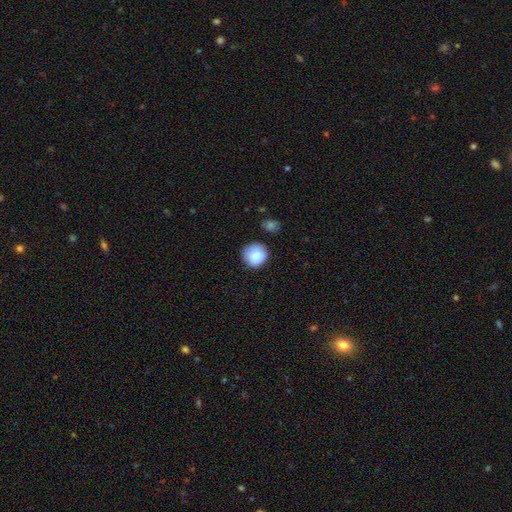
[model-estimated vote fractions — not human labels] The model was most divided on "merging": none: 83%, minor disturbance: 12%, major disturbance: 3%, merger: 2%. More confident: how rounded — round (93%); smooth or featured — smooth (85%).